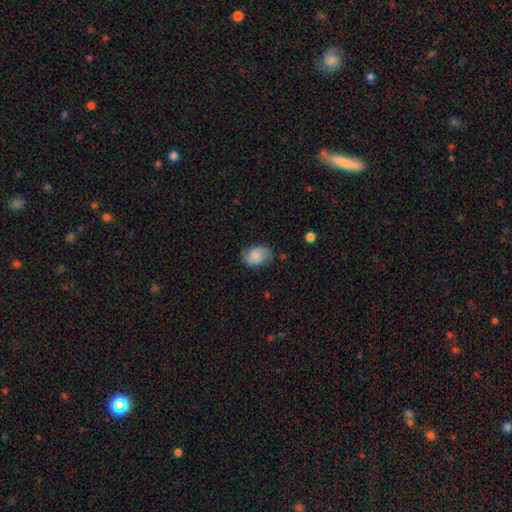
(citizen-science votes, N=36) Smooth or featured? smooth (86%)
How rounded? in between (81%)
Merging? none (76%)